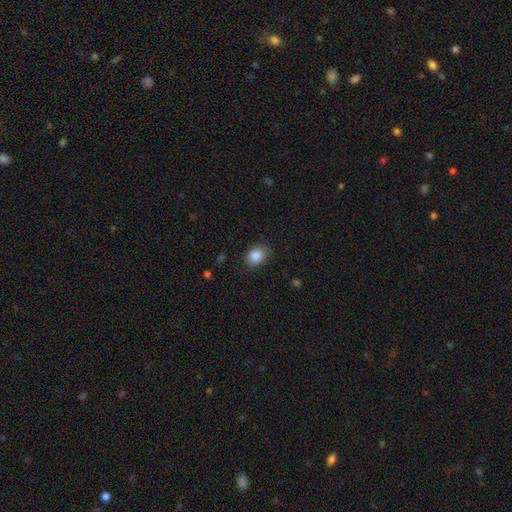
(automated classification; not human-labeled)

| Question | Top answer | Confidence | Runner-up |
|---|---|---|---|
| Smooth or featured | smooth | 87% | star or artifact (9%) |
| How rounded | in between | 59% | round (41%) |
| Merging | none | 82% | minor disturbance (14%) |